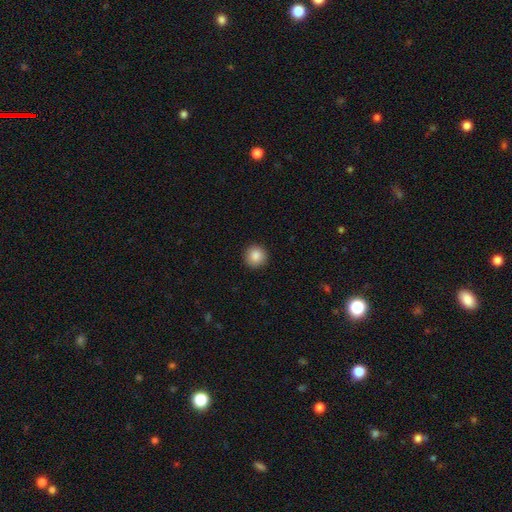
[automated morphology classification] A smooth galaxy with no disk features (87%) that is round (95%).

Vote fractions:
- Smooth or featured? smooth: 87% / star or artifact: 9% / featured or disk: 4%
- How rounded? round: 95% / in between: 4% / cigar-shaped: 1%
- Merging? none: 92% / minor disturbance: 5% / major disturbance: 2% / merger: 1%